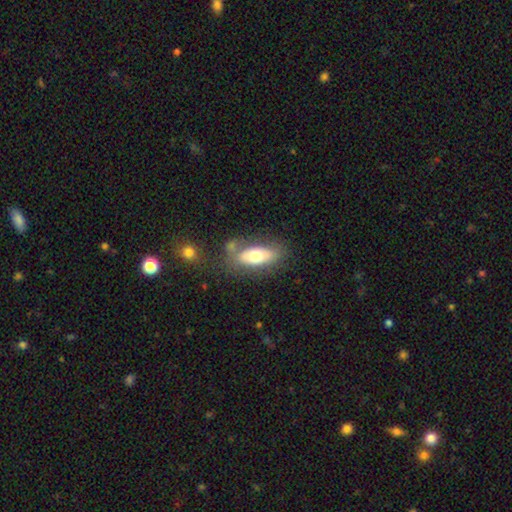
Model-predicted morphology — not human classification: Overall: smooth (64%; featured or disk 29%). How rounded: in between (81%). Merging: none (61%).